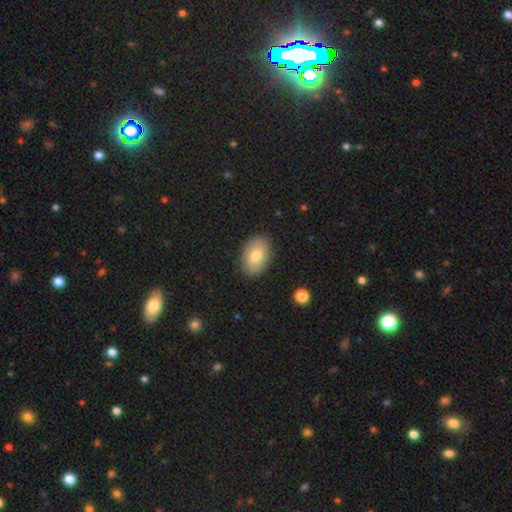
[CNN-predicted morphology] smooth_or_featured: smooth (p=0.70) [alt: featured or disk p=0.23]
how_rounded: in between (p=0.85) [alt: round p=0.13]
merging: none (p=0.86) [alt: minor disturbance p=0.10]